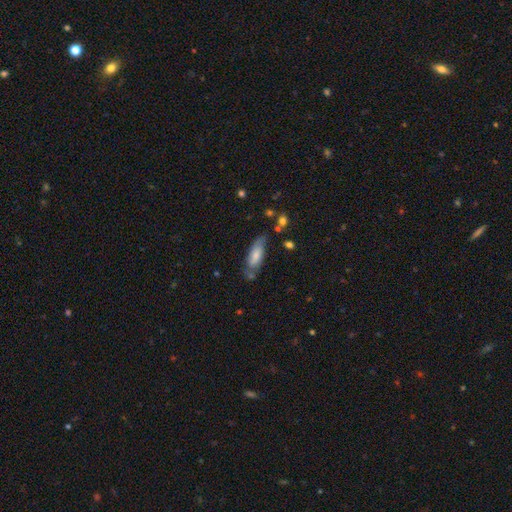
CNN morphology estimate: The model was most divided on "merging": none: 58%, minor disturbance: 26%, merger: 8%, major disturbance: 8%. More confident: smooth or featured — smooth (71%); how rounded — in between (66%).